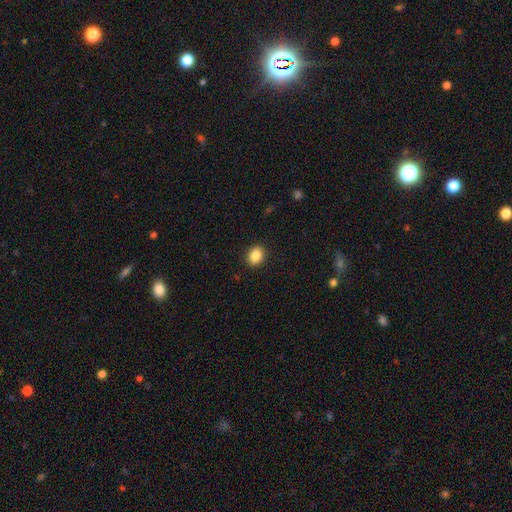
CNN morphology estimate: Smooth or featured? Predicted: smooth (p=0.86). How rounded? Predicted: in between (p=0.57). Merging? Predicted: none (p=0.91).